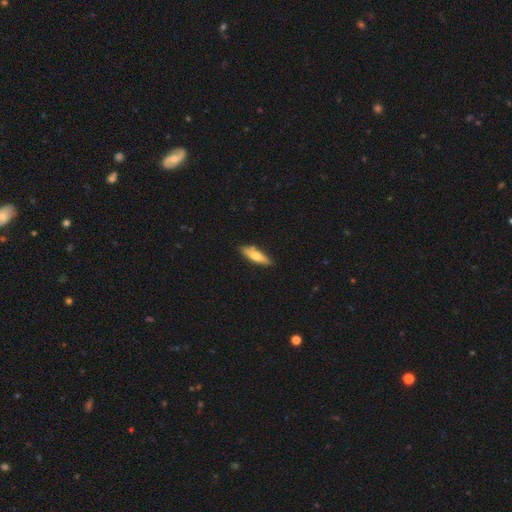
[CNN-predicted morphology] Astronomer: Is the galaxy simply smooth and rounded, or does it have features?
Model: smooth — 68%.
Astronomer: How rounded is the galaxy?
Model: cigar-shaped — 60% (runner-up: in between, 38%).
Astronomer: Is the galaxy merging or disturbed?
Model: none — 82%.